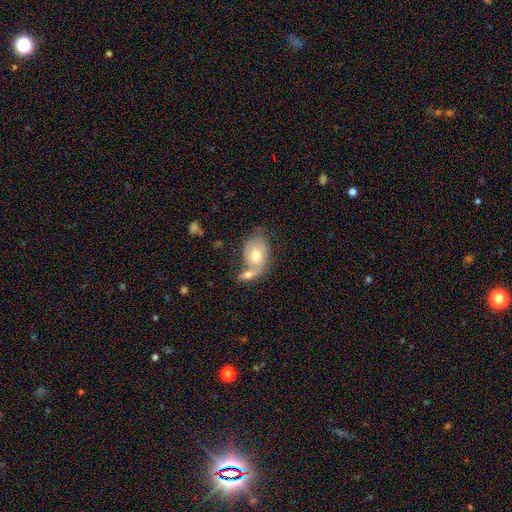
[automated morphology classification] Smooth or featured? featured or disk (47%)
Merging? merger (47%)